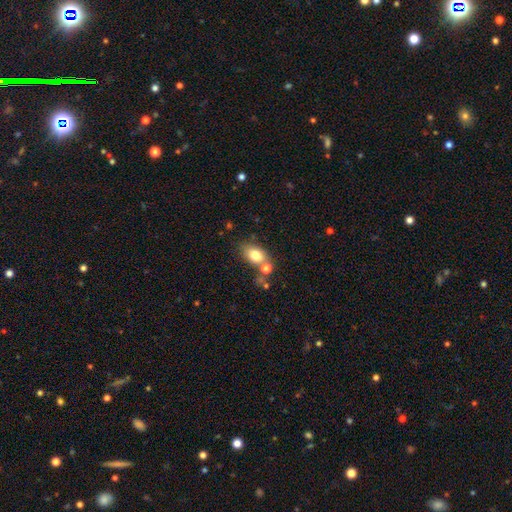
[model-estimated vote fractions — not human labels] Morphology: type=smooth (77%); roundness=in between (77%); merging=none (56%).